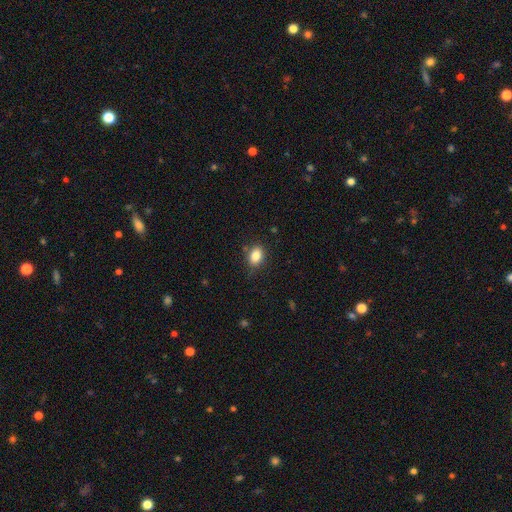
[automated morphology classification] Smooth or featured? Predicted: smooth (p=0.84). How rounded? Predicted: in between (p=0.70). Merging? Predicted: none (p=0.80).